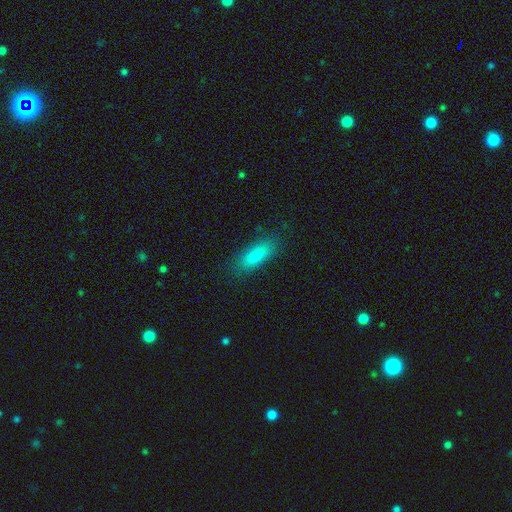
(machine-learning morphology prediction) Q: Smooth or featured?
A: smooth (85%); runner-up: star or artifact (8%)
Q: How rounded?
A: in between (58%); runner-up: cigar-shaped (40%)
Q: Merging?
A: none (81%); runner-up: minor disturbance (14%)